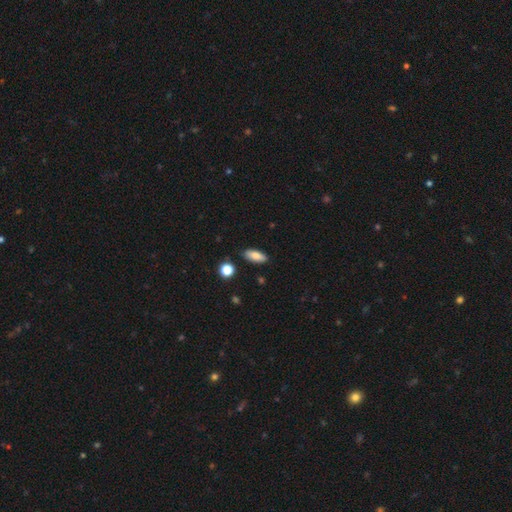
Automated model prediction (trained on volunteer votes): Smooth or featured? smooth (82%)
How rounded? in between (80%)
Merging? none (86%)